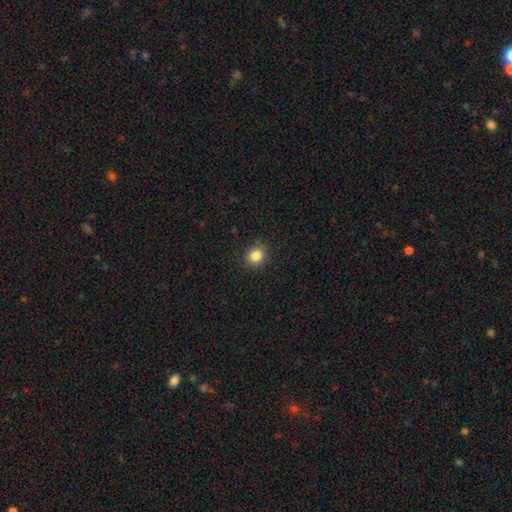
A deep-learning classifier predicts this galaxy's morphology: The model was most divided on "how rounded": round: 77%, in between: 22%, cigar-shaped: 1%. More confident: merging — none (88%); smooth or featured — smooth (85%).